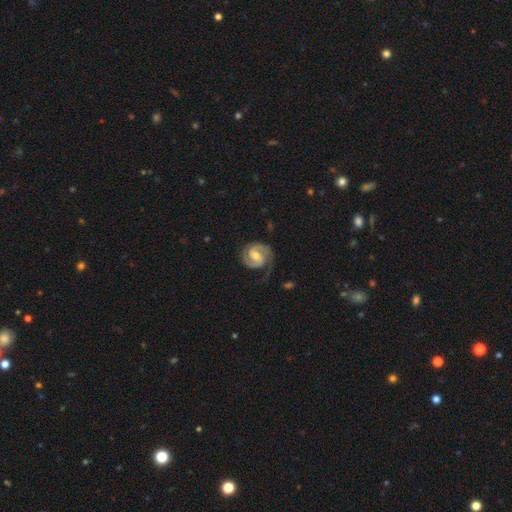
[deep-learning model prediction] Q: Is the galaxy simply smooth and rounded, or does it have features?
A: featured or disk — 89%.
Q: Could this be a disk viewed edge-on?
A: no — 98%.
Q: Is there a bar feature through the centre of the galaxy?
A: weak — 52%.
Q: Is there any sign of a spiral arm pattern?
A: yes — 98%.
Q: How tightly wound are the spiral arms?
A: tight — 52%.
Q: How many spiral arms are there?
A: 2 — 89%.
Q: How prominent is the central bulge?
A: moderate — 57%.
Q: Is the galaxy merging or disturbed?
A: none — 72%.